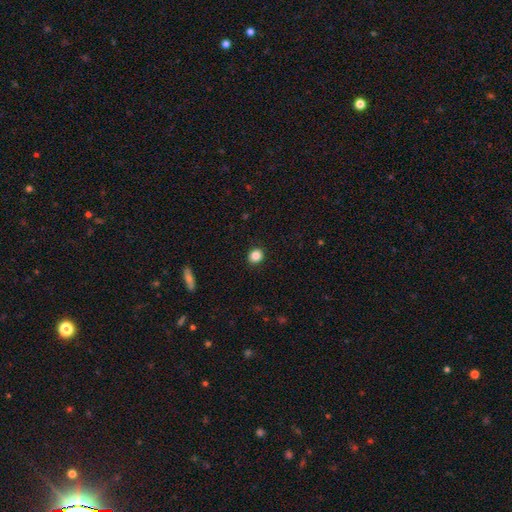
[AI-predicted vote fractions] Morphology: type=smooth (86%); roundness=round (74%); merging=none (91%).